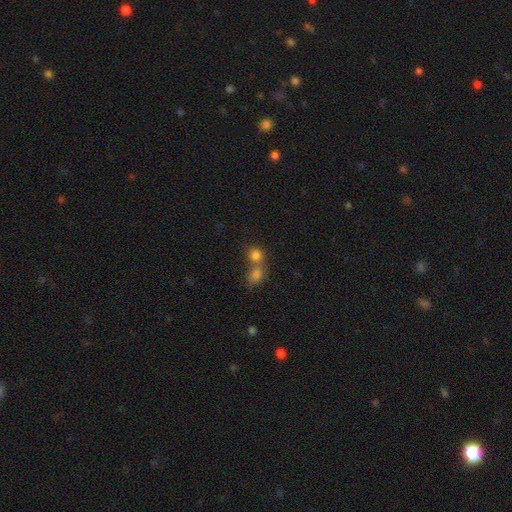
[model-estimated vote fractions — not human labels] smooth_or_featured: smooth (p=0.80) [alt: star or artifact p=0.12]
how_rounded: round (p=0.73) [alt: in between p=0.25]
merging: merger (p=0.51) [alt: none p=0.39]